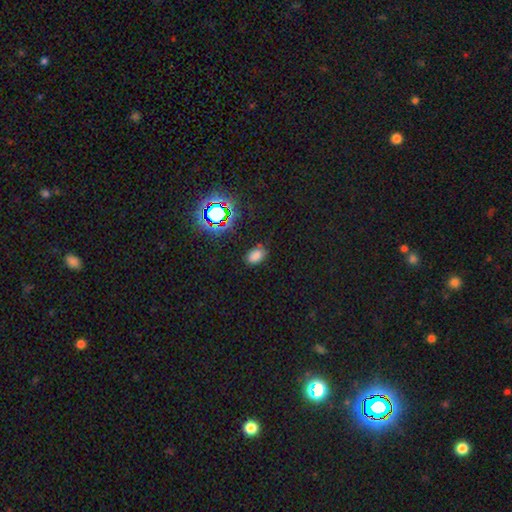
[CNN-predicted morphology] Smooth or featured? smooth (73%)
How rounded? in between (88%)
Merging? none (80%)